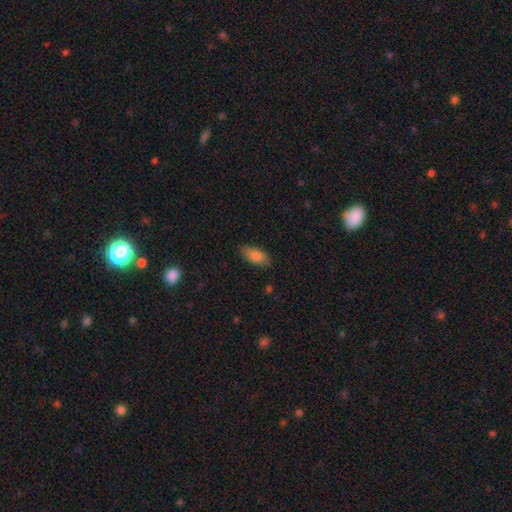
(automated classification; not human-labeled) This is clearly a smooth galaxy (83%). How rounded: clearly in between (87%). Merging: clearly none (84%).